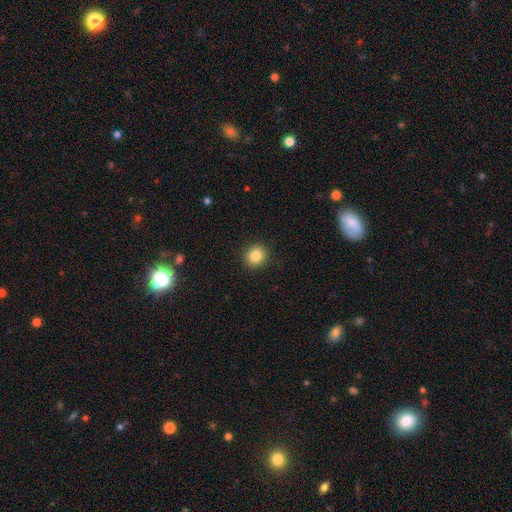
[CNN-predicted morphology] The model was most divided on "how rounded": round: 83%, in between: 17%, cigar-shaped: 1%. More confident: merging — none (91%); smooth or featured — smooth (84%).